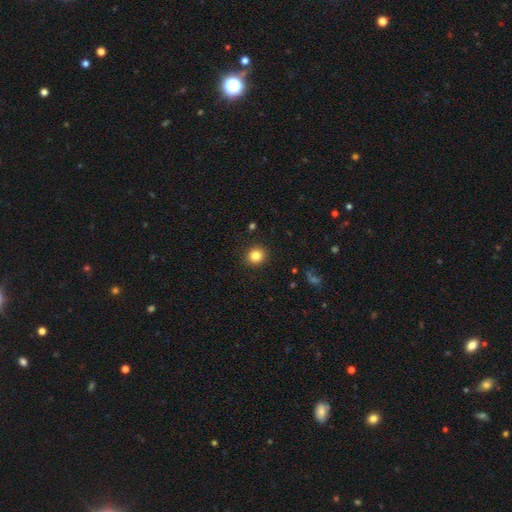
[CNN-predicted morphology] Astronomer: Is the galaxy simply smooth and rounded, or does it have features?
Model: smooth — 84%.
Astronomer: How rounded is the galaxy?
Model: round — 81%.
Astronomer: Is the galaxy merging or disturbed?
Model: none — 91%.